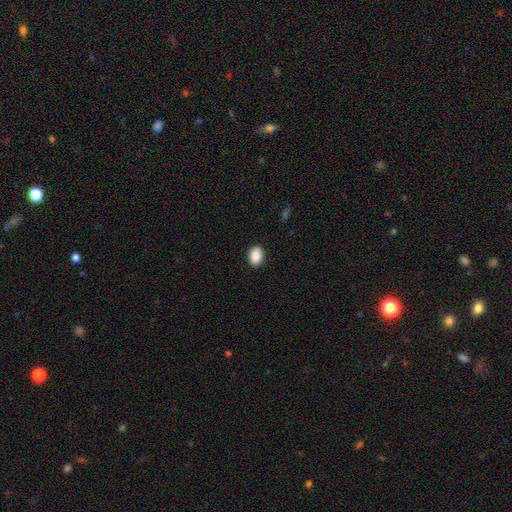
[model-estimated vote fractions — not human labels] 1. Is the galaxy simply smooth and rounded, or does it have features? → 90% smooth, 7% star or artifact, 3% featured or disk.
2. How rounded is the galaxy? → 81% in between, 17% round, 1% cigar-shaped.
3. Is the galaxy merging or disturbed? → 90% none, 7% minor disturbance, 2% major disturbance, 1% merger.